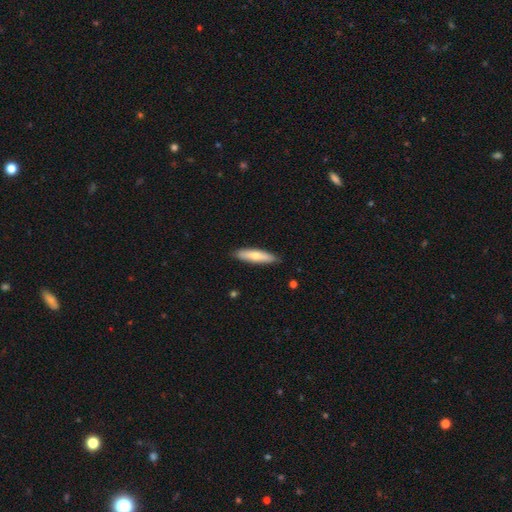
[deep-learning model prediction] smooth_or_featured: smooth (p=0.66) [alt: featured or disk p=0.29]
how_rounded: cigar-shaped (p=0.74) [alt: in between p=0.24]
merging: none (p=0.88) [alt: minor disturbance p=0.09]